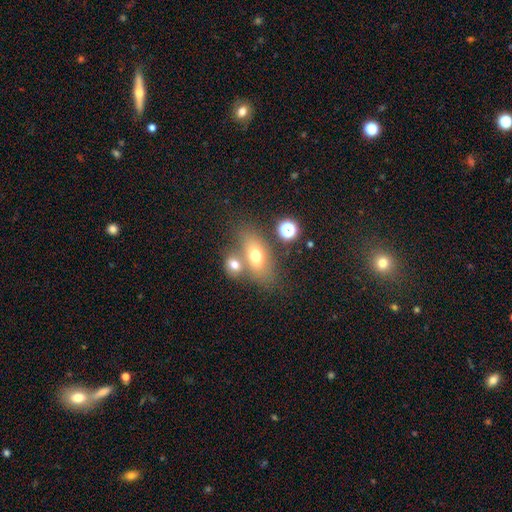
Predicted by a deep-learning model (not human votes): This is likely a smooth galaxy (65%). How rounded: likely in between (79%). Merging: possibly none (49%).